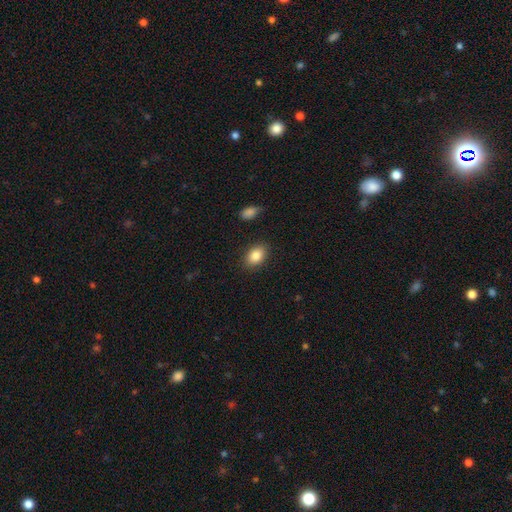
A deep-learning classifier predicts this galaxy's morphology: Smooth or featured: smooth — 85% (star or artifact — 8%)
How rounded: in between — 81% (round — 17%)
Merging: none — 85% (minor disturbance — 10%)